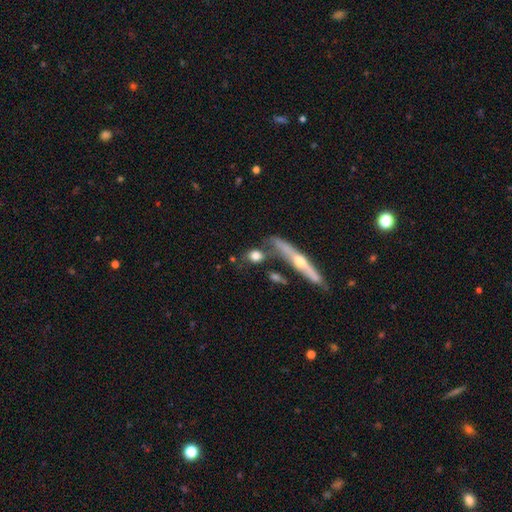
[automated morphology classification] The model was most divided on "how rounded": round: 54%, in between: 32%, cigar-shaped: 14%. More confident: smooth or featured — smooth (67%); merging — none (57%).